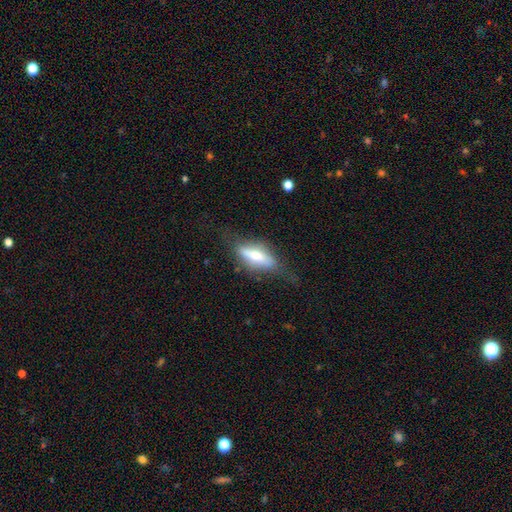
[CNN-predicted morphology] Smooth or featured? Predicted: smooth (p=0.49). Merging? Predicted: none (p=0.59).